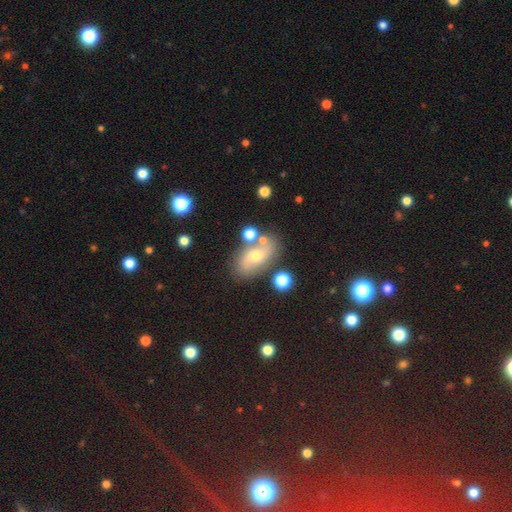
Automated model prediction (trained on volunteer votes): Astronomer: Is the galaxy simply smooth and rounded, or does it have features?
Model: featured or disk — 49% (runner-up: smooth, 39%).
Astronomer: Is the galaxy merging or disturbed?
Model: none — 68%.